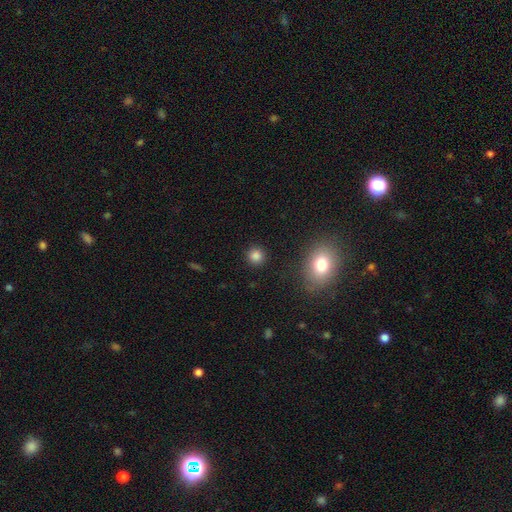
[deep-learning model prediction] Smooth or featured: smooth — 82% (star or artifact — 13%)
How rounded: round — 91% (in between — 8%)
Merging: none — 89% (minor disturbance — 7%)